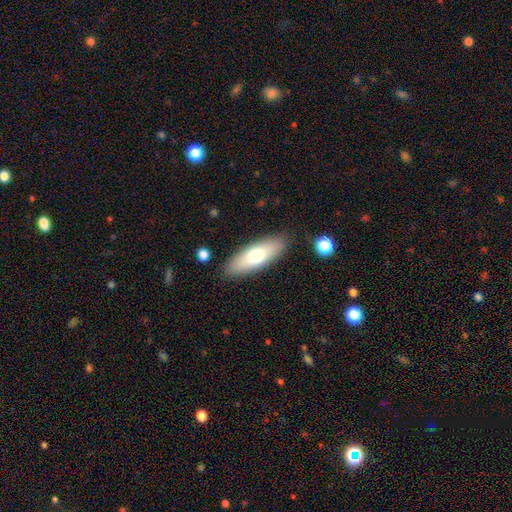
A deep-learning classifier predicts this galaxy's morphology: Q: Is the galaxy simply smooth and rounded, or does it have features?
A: smooth — 69%.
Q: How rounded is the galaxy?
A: in between — 58%.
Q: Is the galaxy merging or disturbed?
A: none — 87%.